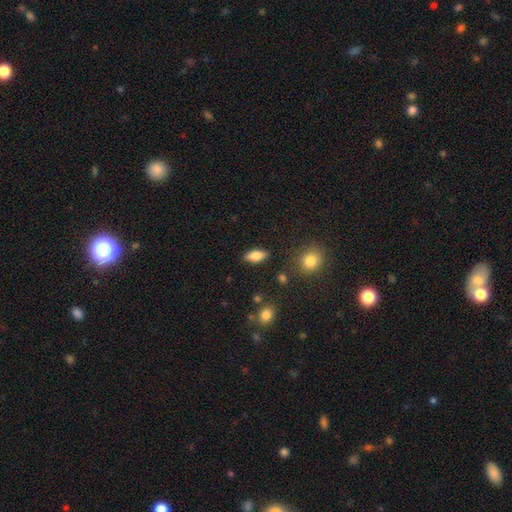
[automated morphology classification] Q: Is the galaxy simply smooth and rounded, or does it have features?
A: smooth — 78%.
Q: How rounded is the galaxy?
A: in between — 85%.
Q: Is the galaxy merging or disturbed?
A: none — 85%.